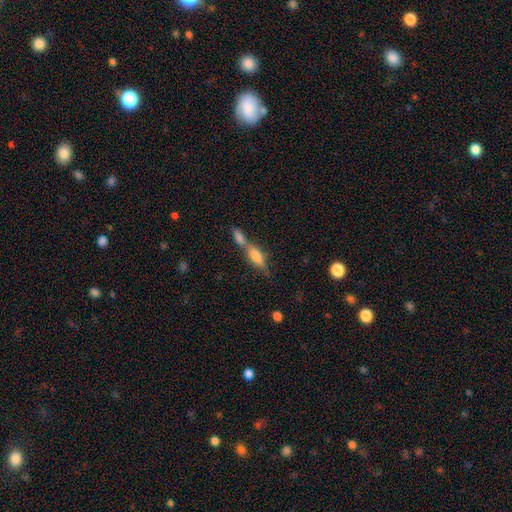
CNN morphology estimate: Smooth or featured? Predicted: smooth (p=0.50). How rounded? Predicted: cigar-shaped (p=0.49). Merging? Predicted: merger (p=0.47).